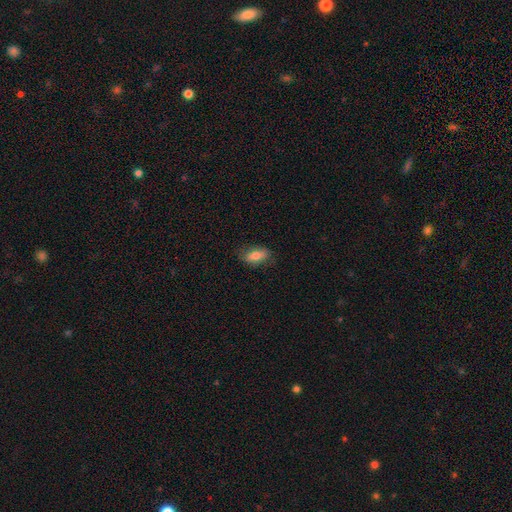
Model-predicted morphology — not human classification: type=smooth (76%); roundness=in between (87%); merging=none (77%).